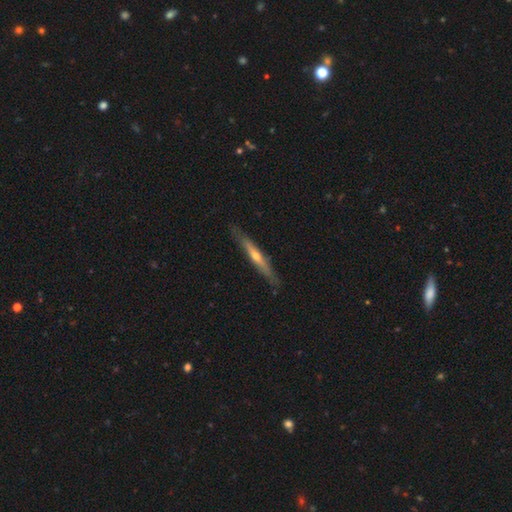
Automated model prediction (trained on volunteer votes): Q: Smooth or featured?
A: featured or disk (68%); runner-up: smooth (27%)
Q: Edge-on disk?
A: yes (94%); runner-up: no (6%)
Q: Edge-on bulge?
A: rounded (75%); runner-up: none (21%)
Q: Merging?
A: none (86%); runner-up: minor disturbance (11%)